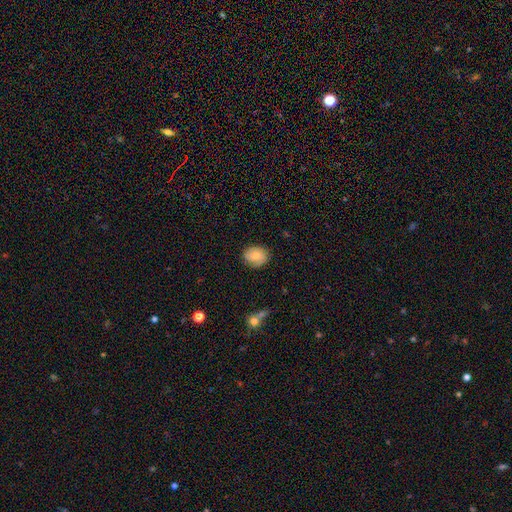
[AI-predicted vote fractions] This appears to be a smooth galaxy with no disk features (68%) that is round (57%). Merging: none (78%).